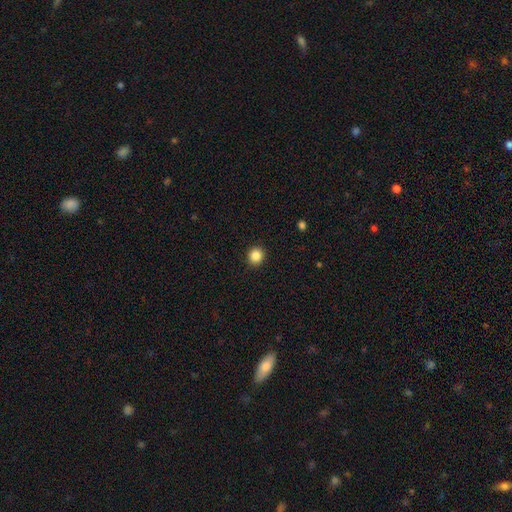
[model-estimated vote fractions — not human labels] Q: Smooth or featured?
A: smooth (86%); runner-up: star or artifact (10%)
Q: How rounded?
A: round (88%); runner-up: in between (11%)
Q: Merging?
A: none (92%); runner-up: minor disturbance (5%)